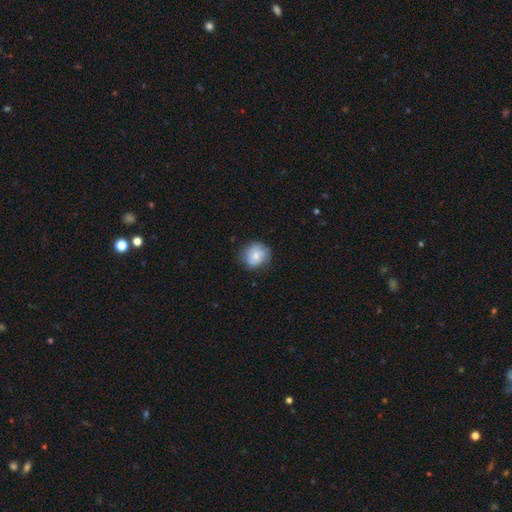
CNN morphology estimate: Smooth or featured? Predicted: smooth (p=0.70). How rounded? Predicted: round (p=0.80). Merging? Predicted: none (p=0.71).